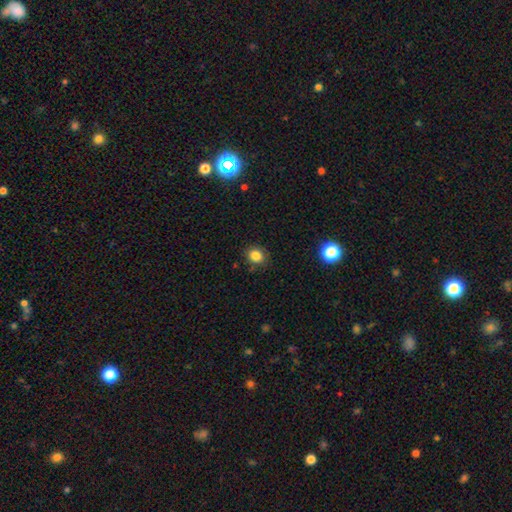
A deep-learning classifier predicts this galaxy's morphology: A smooth galaxy with no disk features (84%) that is round (73%). Merging: none (85%).